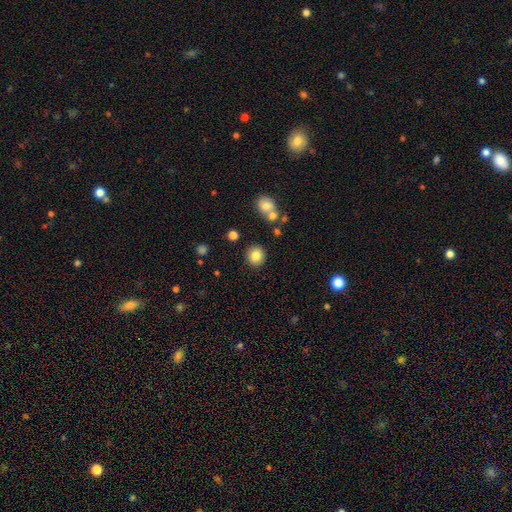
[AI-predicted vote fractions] smooth 83%, star or artifact 10%, featured or disk 7%. Down the decision tree: how rounded — round (87%); merging — none (87%).